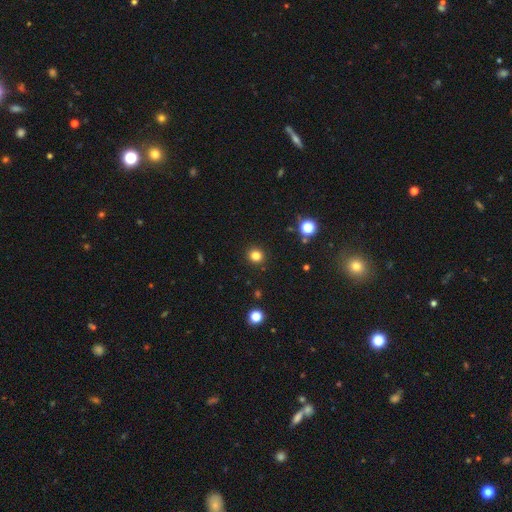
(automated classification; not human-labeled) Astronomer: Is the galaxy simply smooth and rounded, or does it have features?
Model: smooth — 82%.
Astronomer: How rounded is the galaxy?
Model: round — 90%.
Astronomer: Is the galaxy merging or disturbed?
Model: none — 92%.